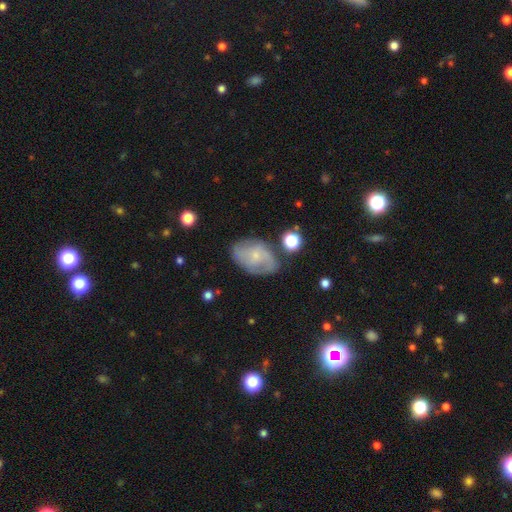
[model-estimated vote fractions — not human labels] Smooth or featured? featured or disk (53%)
Edge-on disk? no (95%)
Bar? no (67%)
Spiral arms? yes (75%)
Bulge size? small (75%)
Merging? none (64%)